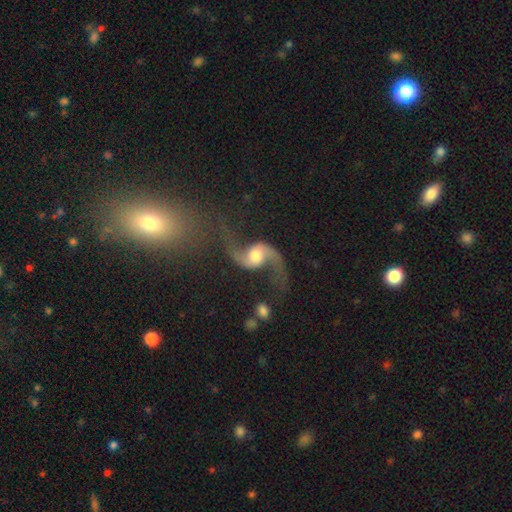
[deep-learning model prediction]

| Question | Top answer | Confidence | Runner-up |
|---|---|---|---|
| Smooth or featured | featured or disk | 91% | star or artifact (5%) |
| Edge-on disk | no | 97% | yes (3%) |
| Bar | no | 53% | weak (35%) |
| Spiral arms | yes | 98% | no (2%) |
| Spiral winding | loose | 88% | medium (10%) |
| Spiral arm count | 2 | 95% | 1 (1%) |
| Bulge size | moderate | 50% | large (28%) |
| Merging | none | 67% | minor disturbance (14%) |